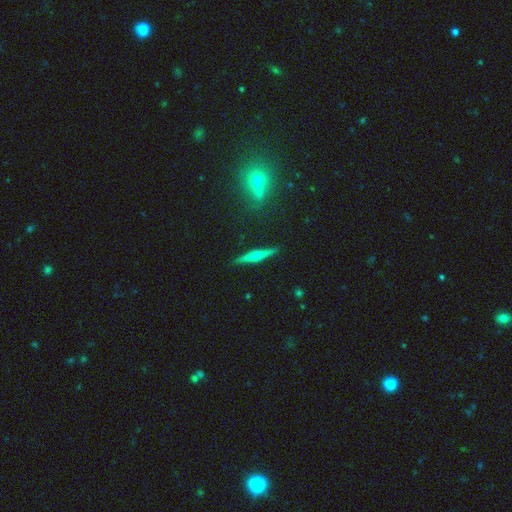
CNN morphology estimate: type=featured or disk (63%); edge-on=yes (97%); edge-on bulge=rounded (78%); merging=none (89%).